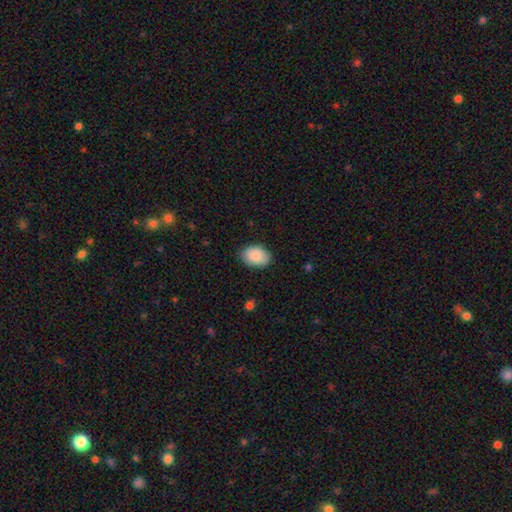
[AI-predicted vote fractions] A smooth galaxy with no disk features (89%) that is in between round and cigar-shaped (82%).

Vote fractions:
- Smooth or featured? smooth: 89% / star or artifact: 6% / featured or disk: 5%
- How rounded? in between: 82% / round: 17% / cigar-shaped: 1%
- Merging? none: 85% / minor disturbance: 12% / major disturbance: 2% / merger: 1%